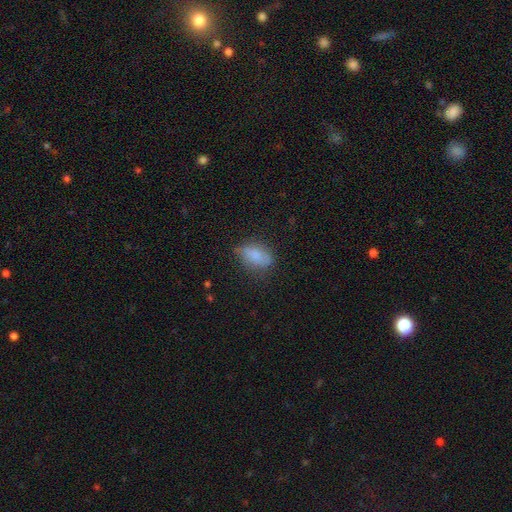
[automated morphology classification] This appears to be a smooth galaxy with no disk features (78%) that is in between round and cigar-shaped (85%). Merging: none (62%).